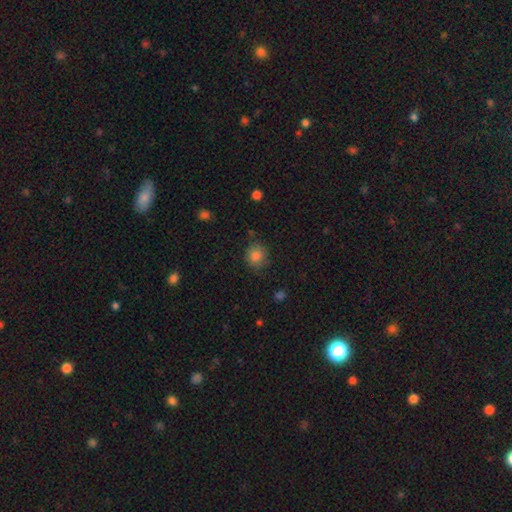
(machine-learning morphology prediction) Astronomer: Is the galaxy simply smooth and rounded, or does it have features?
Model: smooth — 84%.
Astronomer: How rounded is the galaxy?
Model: round — 82%.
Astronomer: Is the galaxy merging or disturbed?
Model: none — 78%.